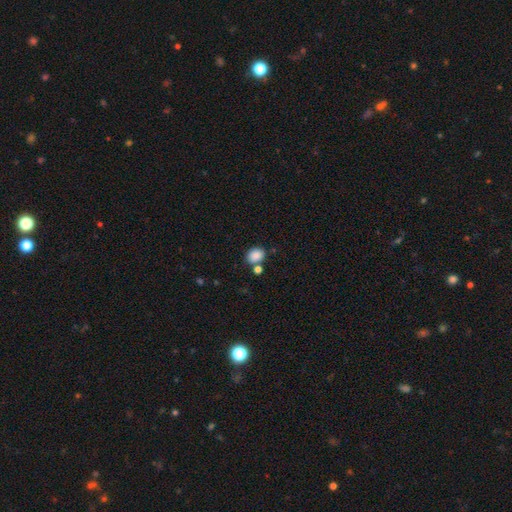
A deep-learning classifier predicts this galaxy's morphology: This is clearly a smooth galaxy (87%). How rounded: possibly in between (57%). Merging: likely none (68%).